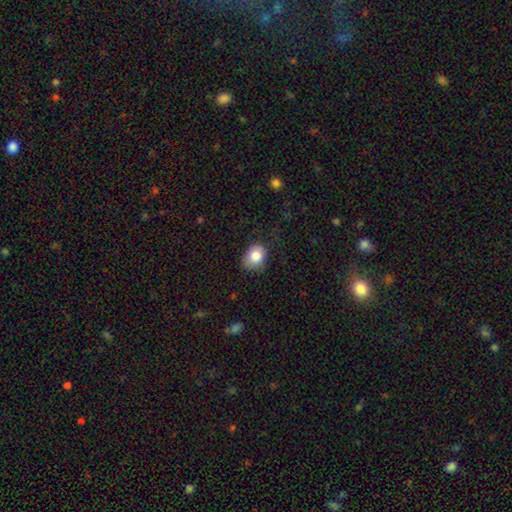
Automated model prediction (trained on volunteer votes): Q: Smooth or featured?
A: smooth (83%); runner-up: star or artifact (9%)
Q: How rounded?
A: in between (55%); runner-up: round (44%)
Q: Merging?
A: none (66%); runner-up: minor disturbance (27%)